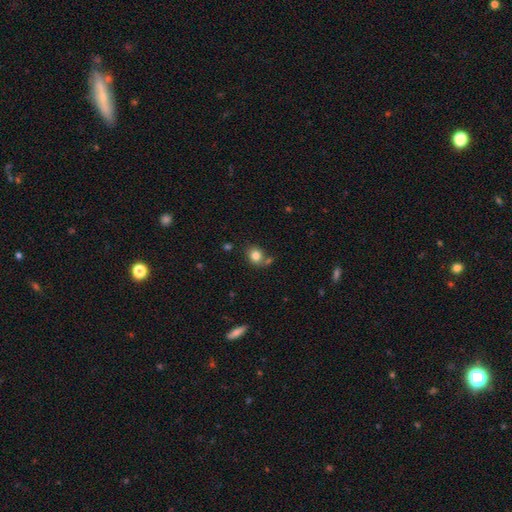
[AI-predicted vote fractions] The model was most divided on "how rounded": round: 68%, in between: 31%, cigar-shaped: 1%. More confident: smooth or featured — smooth (81%); merging — none (66%).